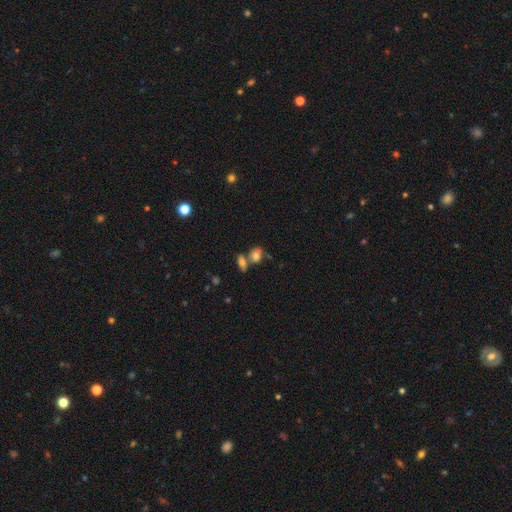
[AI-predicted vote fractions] Smooth or featured? smooth (75%)
How rounded? in between (66%)
Merging? merger (42%)